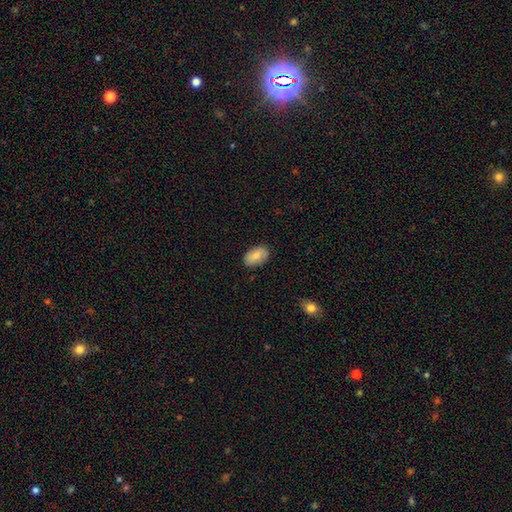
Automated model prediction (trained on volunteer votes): smooth_or_featured: smooth (p=0.80) [alt: featured or disk p=0.13]
how_rounded: in between (p=0.92) [alt: round p=0.07]
merging: none (p=0.84) [alt: minor disturbance p=0.13]